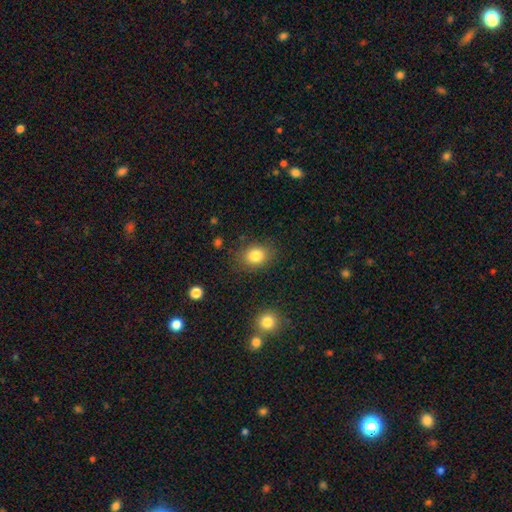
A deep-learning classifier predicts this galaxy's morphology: smooth 82%, star or artifact 10%, featured or disk 7%. Down the decision tree: how rounded — round (51%); merging — none (82%).